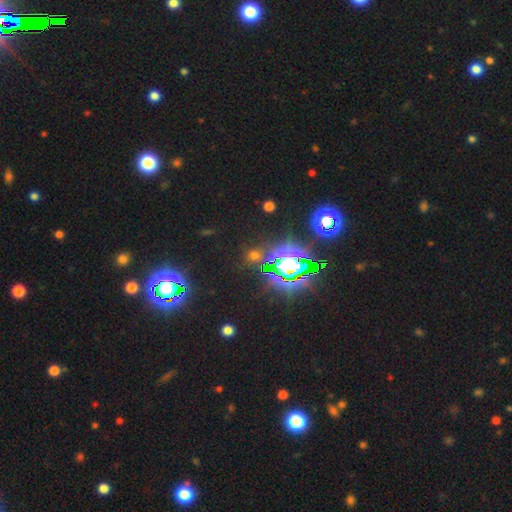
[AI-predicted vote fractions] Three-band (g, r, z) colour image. It shows a star or artifact, not a galaxy (70%).